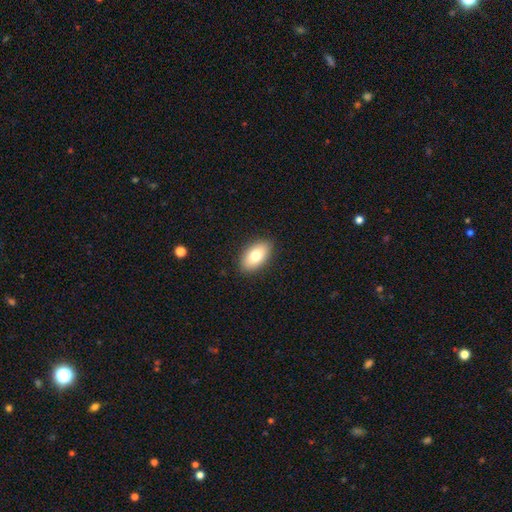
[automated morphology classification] Q: Smooth or featured?
A: smooth (77%); runner-up: featured or disk (16%)
Q: How rounded?
A: in between (92%); runner-up: round (5%)
Q: Merging?
A: none (88%); runner-up: minor disturbance (9%)